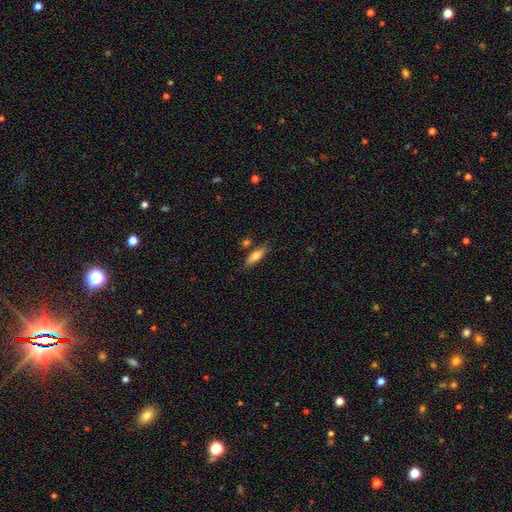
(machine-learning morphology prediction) smooth 73%, featured or disk 20%, star or artifact 7%. Down the decision tree: how rounded — in between (49%, tied with cigar-shaped); merging — none (76%).